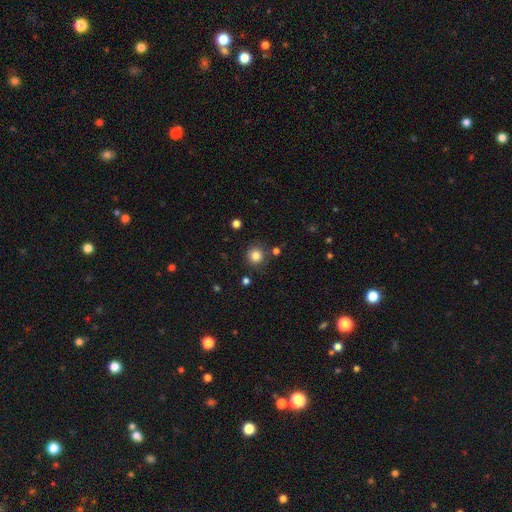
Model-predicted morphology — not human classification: Smooth or featured: smooth — 83% (star or artifact — 11%)
How rounded: round — 93% (in between — 6%)
Merging: none — 85% (minor disturbance — 9%)